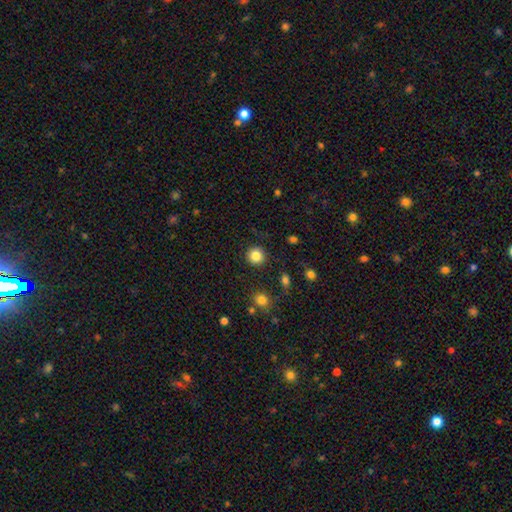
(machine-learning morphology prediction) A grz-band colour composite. It shows a smooth galaxy with no disk features (85%) that is round (94%). Merging: none (91%).